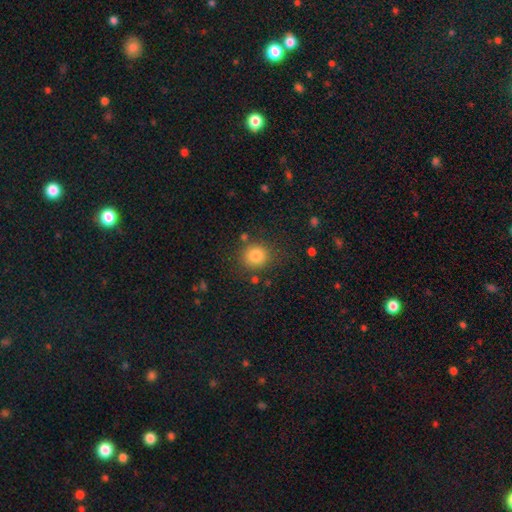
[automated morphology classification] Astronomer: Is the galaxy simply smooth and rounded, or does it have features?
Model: smooth — 82%.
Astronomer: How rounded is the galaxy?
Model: round — 86%.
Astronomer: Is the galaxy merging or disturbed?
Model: none — 82%.